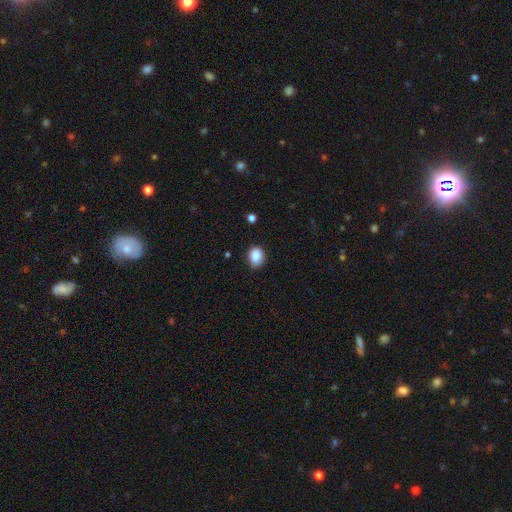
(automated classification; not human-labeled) This appears to be a smooth galaxy with no disk features (88%) that is in between round and cigar-shaped (56%). Merging: none (77%).